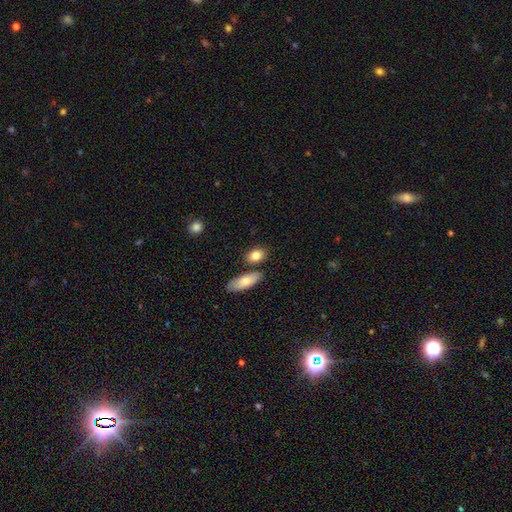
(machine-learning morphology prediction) A smooth galaxy with no disk features (82%) that is in between round and cigar-shaped (76%).

Vote fractions:
- Smooth or featured? smooth: 82% / featured or disk: 11% / star or artifact: 7%
- How rounded? in between: 76% / round: 18% / cigar-shaped: 6%
- Merging? none: 73% / merger: 13% / minor disturbance: 11% / major disturbance: 3%